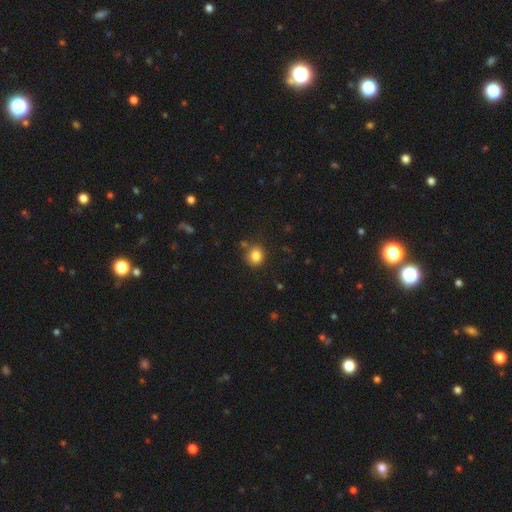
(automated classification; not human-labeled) smooth 83%, star or artifact 11%, featured or disk 6%. Down the decision tree: how rounded — round (78%); merging — none (78%).